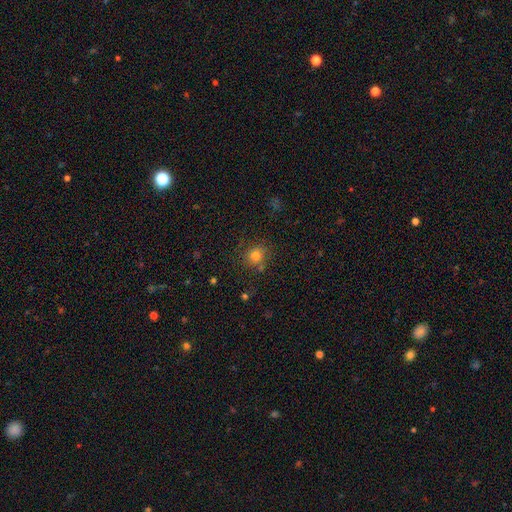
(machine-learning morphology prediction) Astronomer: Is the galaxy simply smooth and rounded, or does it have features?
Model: smooth — 78%.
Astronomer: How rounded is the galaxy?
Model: round — 85%.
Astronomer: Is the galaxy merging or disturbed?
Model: none — 77%.